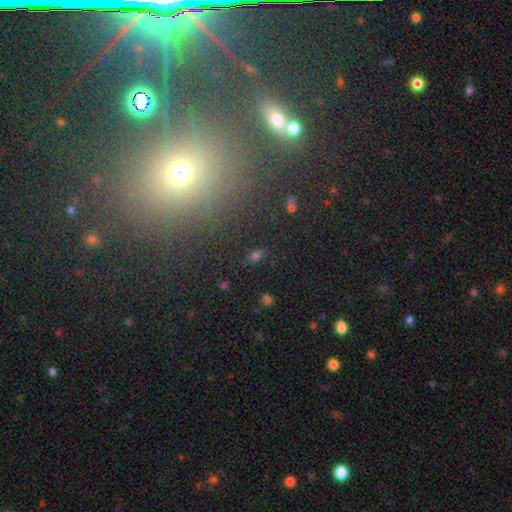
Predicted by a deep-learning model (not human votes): This appears to be a smooth galaxy with no disk features (57%) that is in between round and cigar-shaped (73%). Merging: none (81%).